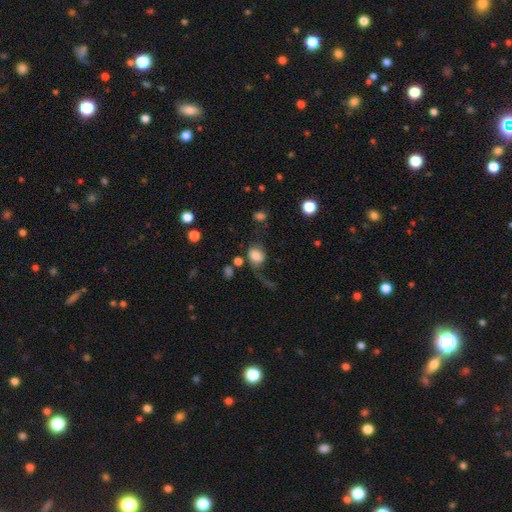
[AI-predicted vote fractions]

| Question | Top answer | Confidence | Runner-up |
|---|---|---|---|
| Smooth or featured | smooth | 69% | featured or disk (21%) |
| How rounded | in between | 56% | round (43%) |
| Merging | major disturbance | 41% | none (33%) |